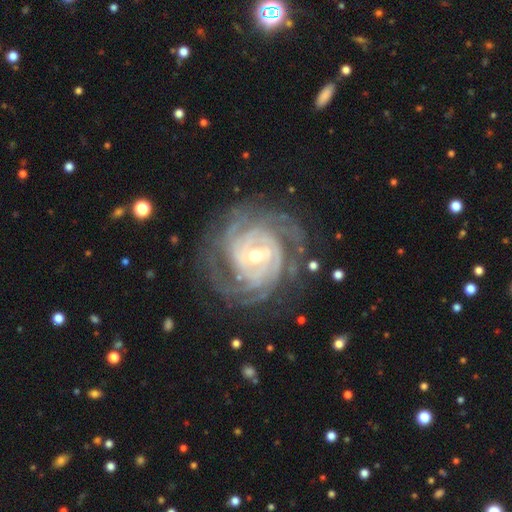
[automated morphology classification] Overall: featured or disk (92%). Edge-on disk: no (98%). Bar: weak (44%; no 33%). Spiral arms: yes (98%). Spiral arm count: 4 (24%; 3 23%). Spiral winding: tight (77%). Bulge size: moderate (51%; small 45%). Merging: none (75%).